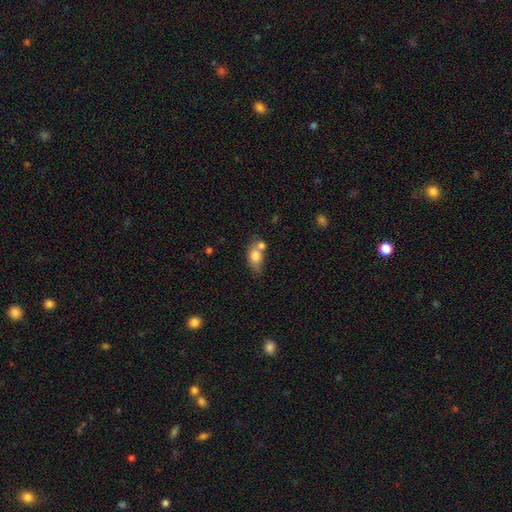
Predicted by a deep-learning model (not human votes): Smooth or featured?
  - smooth: 76% *
  - featured or disk: 16%
  - star or artifact: 8%
How rounded?
  - in between: 77% *
  - round: 19%
  - cigar-shaped: 4%
Merging?
  - none: 42% *
  - merger: 36%
  - minor disturbance: 16%
  - major disturbance: 6%